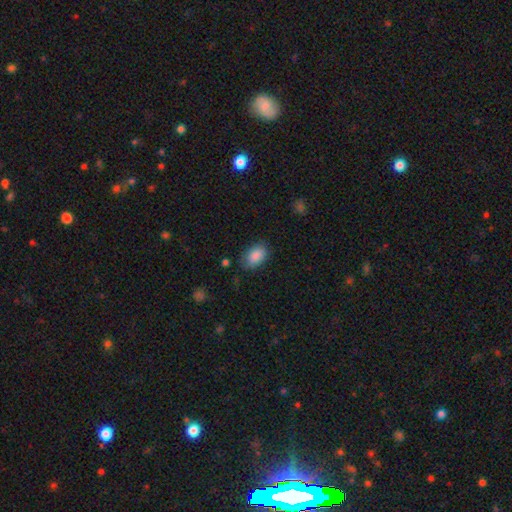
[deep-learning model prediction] Q: Smooth or featured?
A: smooth (88%); runner-up: star or artifact (7%)
Q: How rounded?
A: in between (87%); runner-up: round (12%)
Q: Merging?
A: none (77%); runner-up: minor disturbance (17%)